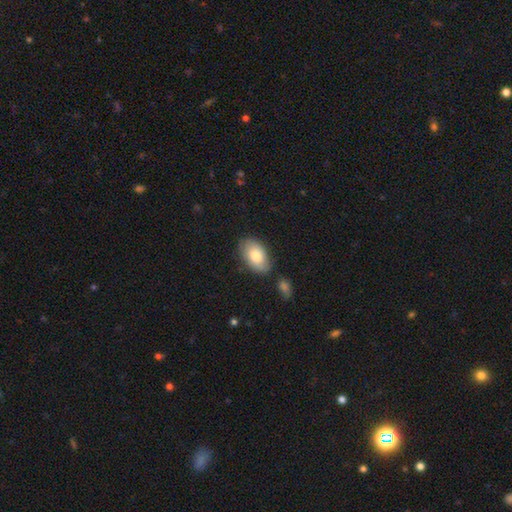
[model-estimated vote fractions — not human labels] Smooth or featured?
  - smooth: 79% *
  - featured or disk: 14%
  - star or artifact: 6%
How rounded?
  - in between: 92% *
  - round: 7%
  - cigar-shaped: 1%
Merging?
  - none: 75% *
  - minor disturbance: 16%
  - merger: 6%
  - major disturbance: 4%